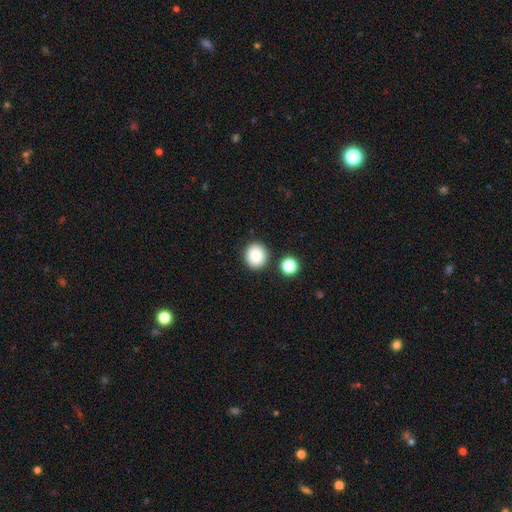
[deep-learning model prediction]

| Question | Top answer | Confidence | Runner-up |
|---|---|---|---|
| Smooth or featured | smooth | 82% | star or artifact (10%) |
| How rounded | round | 89% | in between (10%) |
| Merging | none | 86% | minor disturbance (7%) |